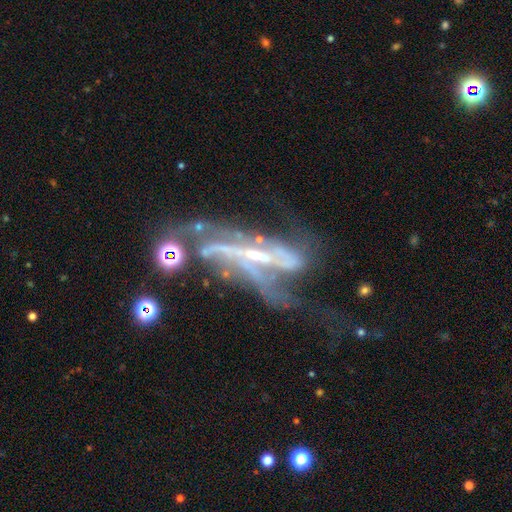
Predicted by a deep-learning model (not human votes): Overall: featured or disk (81%). Edge-on disk: no (70%). Bar: strong (46%; no 29%). Spiral arms: yes (82%). Bulge size: small (55%; moderate 26%). Merging: major disturbance (38%; none 29%).